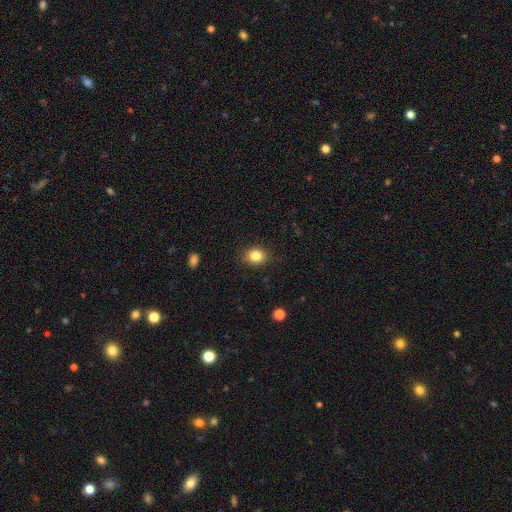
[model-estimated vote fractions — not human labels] This is clearly a smooth galaxy (83%). How rounded: likely round (64%). Merging: clearly none (87%).